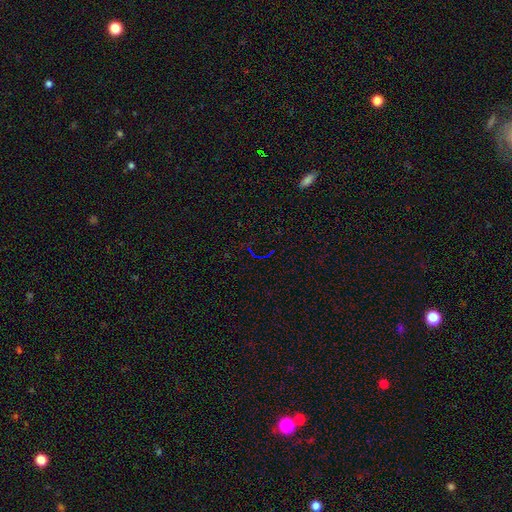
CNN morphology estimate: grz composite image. It shows a star or artifact, not a galaxy (74%).